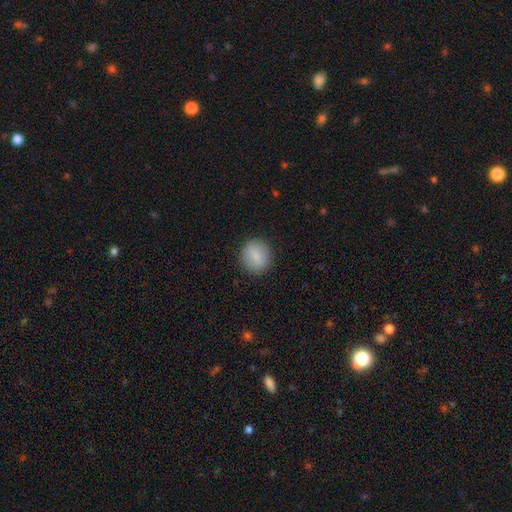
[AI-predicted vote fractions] Q: Smooth or featured?
A: smooth (85%); runner-up: star or artifact (8%)
Q: How rounded?
A: round (87%); runner-up: in between (12%)
Q: Merging?
A: none (90%); runner-up: minor disturbance (7%)